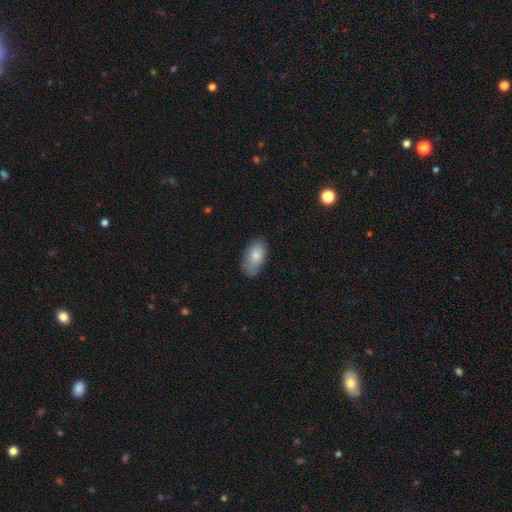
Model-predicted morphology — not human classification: A smooth galaxy with no disk features (82%) that is in between round and cigar-shaped (94%). Merging: none (74%).